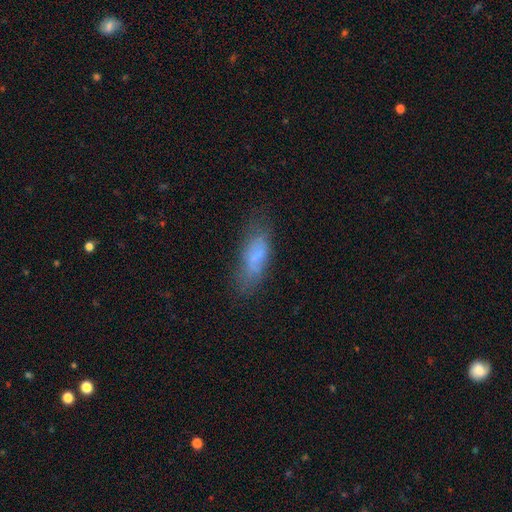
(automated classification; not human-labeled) Smooth or featured? Predicted: smooth (p=0.66). How rounded? Predicted: in between (p=0.62). Merging? Predicted: none (p=0.62).